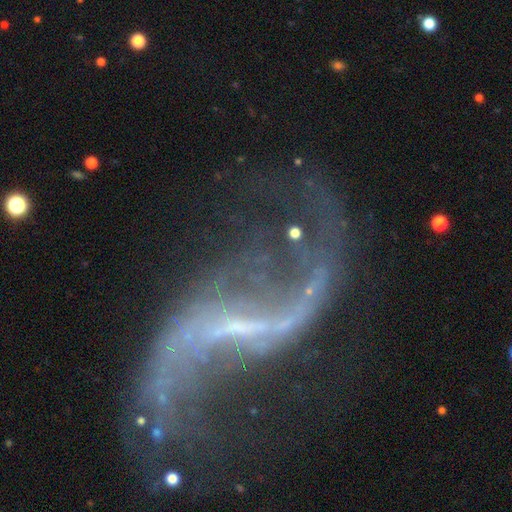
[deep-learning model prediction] Q: Smooth or featured?
A: featured or disk (90%); runner-up: star or artifact (7%)
Q: Edge-on disk?
A: no (96%); runner-up: yes (4%)
Q: Bar?
A: strong (46%); runner-up: weak (40%)
Q: Spiral arms?
A: yes (95%); runner-up: no (5%)
Q: Spiral winding?
A: loose (92%); runner-up: medium (6%)
Q: Spiral arm count?
A: 2 (93%); runner-up: 1 (2%)
Q: Bulge size?
A: small (49%); runner-up: none (40%)
Q: Merging?
A: none (59%); runner-up: major disturbance (19%)